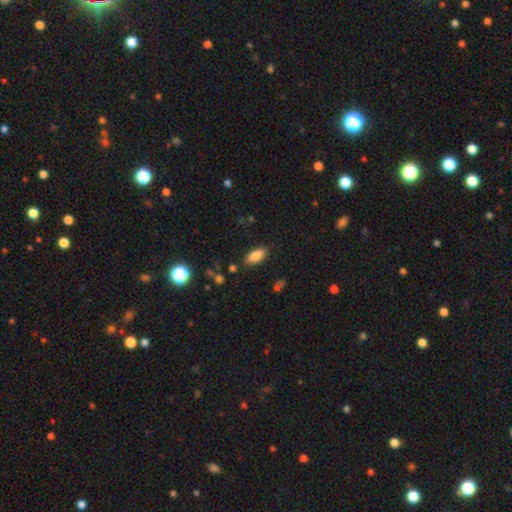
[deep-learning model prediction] smooth_or_featured: smooth (p=0.83) [alt: star or artifact p=0.09]
how_rounded: in between (p=0.91) [alt: cigar-shaped p=0.06]
merging: none (p=0.84) [alt: minor disturbance p=0.11]